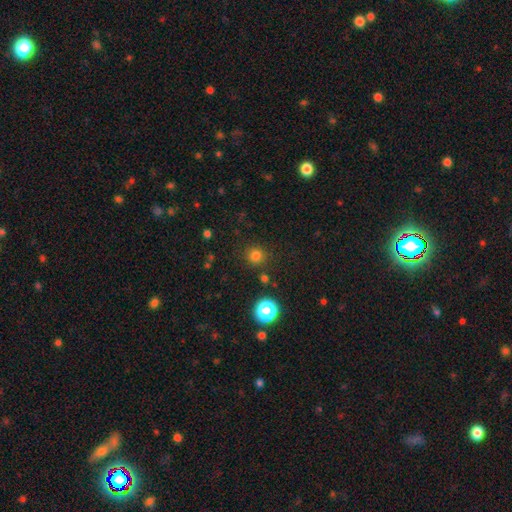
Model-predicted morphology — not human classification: Smooth or featured? Predicted: smooth (p=0.78). How rounded? Predicted: round (p=0.93). Merging? Predicted: none (p=0.87).